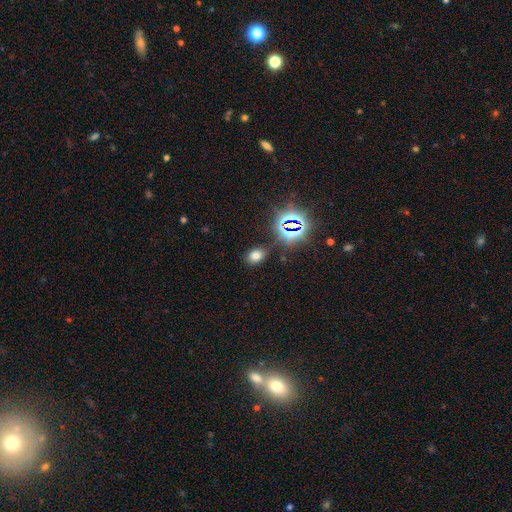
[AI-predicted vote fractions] A smooth galaxy with no disk features (65%) that is in between round and cigar-shaped (68%).

Vote fractions:
- Smooth or featured? smooth: 65% / star or artifact: 27% / featured or disk: 8%
- How rounded? in between: 68% / round: 31% / cigar-shaped: 1%
- Merging? none: 82% / minor disturbance: 11% / major disturbance: 4% / merger: 3%